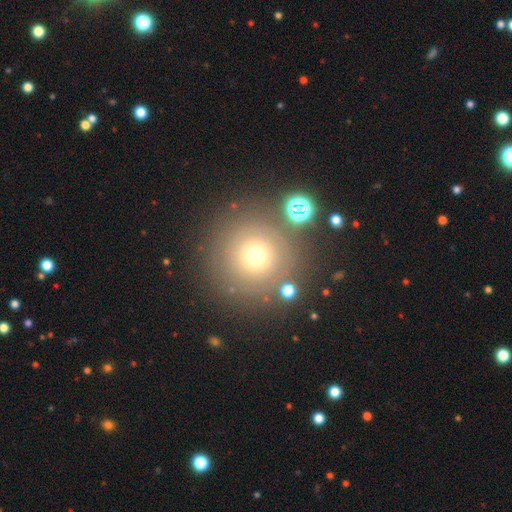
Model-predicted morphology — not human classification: Overall: smooth (66%). How rounded: round (96%). Merging: none (81%).